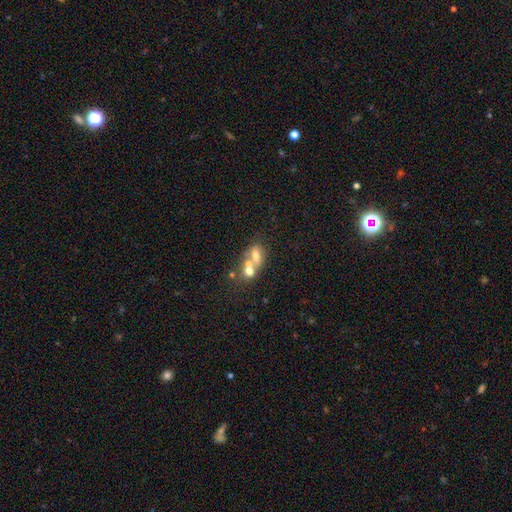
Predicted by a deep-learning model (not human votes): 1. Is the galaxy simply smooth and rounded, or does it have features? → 53% smooth, 31% featured or disk, 17% star or artifact.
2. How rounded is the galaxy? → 58% in between, 39% round, 4% cigar-shaped.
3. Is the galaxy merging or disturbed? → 58% merger, 28% none, 8% minor disturbance, 6% major disturbance.